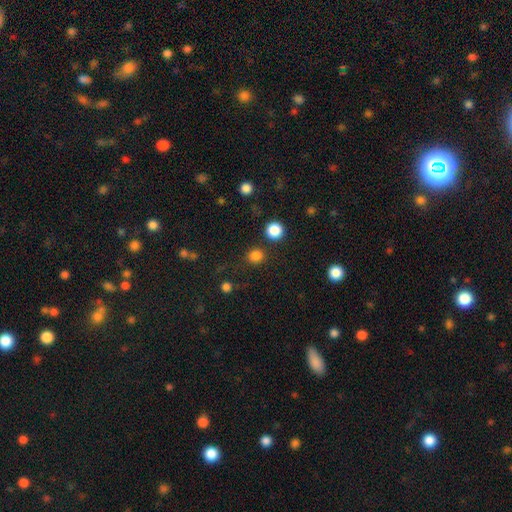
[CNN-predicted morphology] A smooth galaxy with no disk features (81%) that is round (88%). Merging: none (83%).